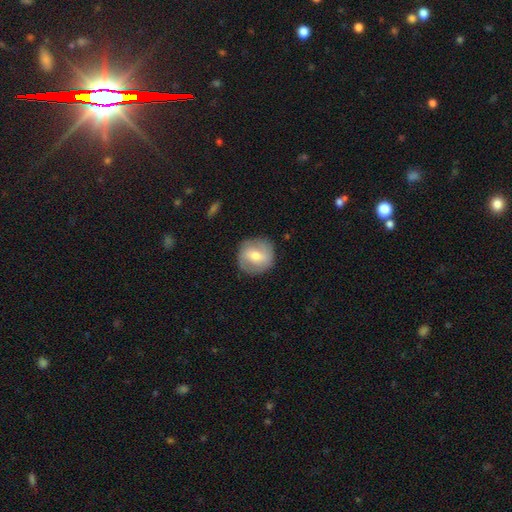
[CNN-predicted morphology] Smooth or featured? smooth (48%)
Merging? none (84%)